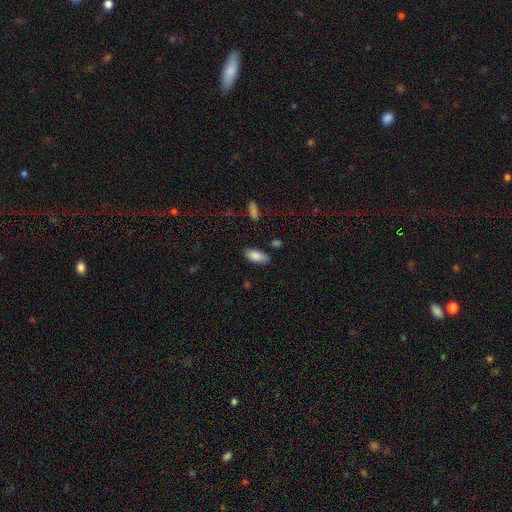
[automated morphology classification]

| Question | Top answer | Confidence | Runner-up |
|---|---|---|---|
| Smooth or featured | smooth | 87% | star or artifact (7%) |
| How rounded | in between | 90% | cigar-shaped (8%) |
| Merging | none | 82% | minor disturbance (13%) |